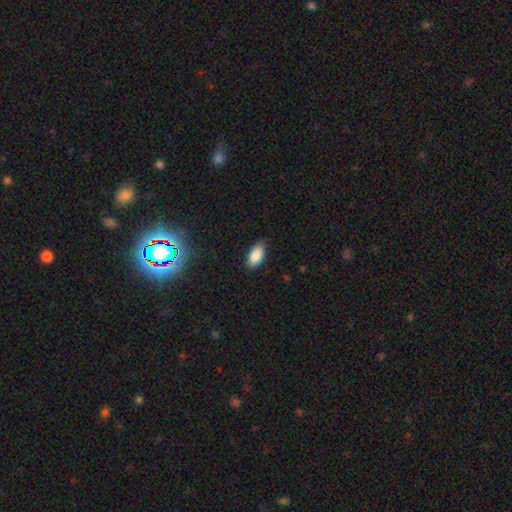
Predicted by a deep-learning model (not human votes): A smooth galaxy with no disk features (88%) that is in between round and cigar-shaped (93%). Merging: none (81%).